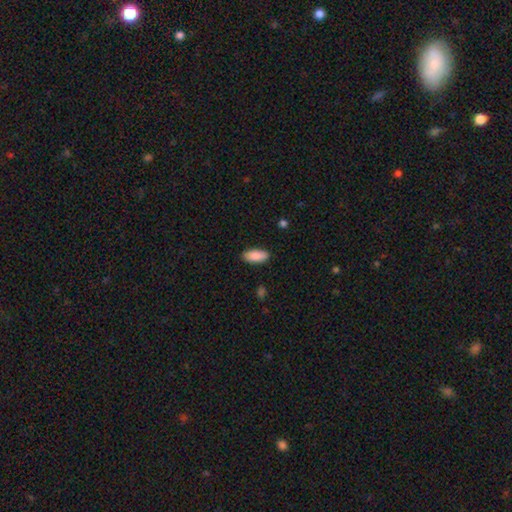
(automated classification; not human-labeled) Morphology: type=smooth (89%); roundness=in between (87%); merging=none (88%).